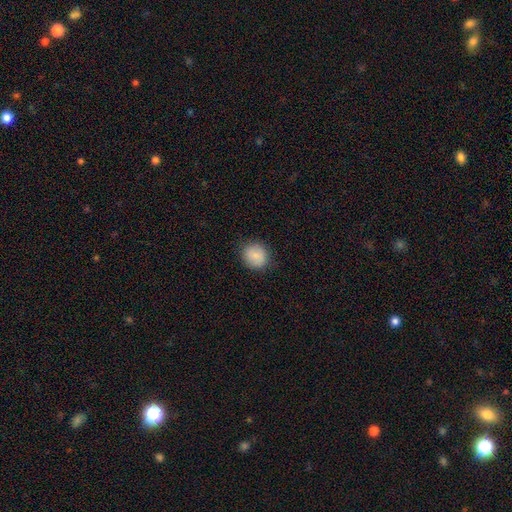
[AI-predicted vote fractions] smooth_or_featured: smooth (p=0.86) [alt: star or artifact p=0.08]
how_rounded: round (p=0.83) [alt: in between p=0.16]
merging: none (p=0.86) [alt: minor disturbance p=0.10]